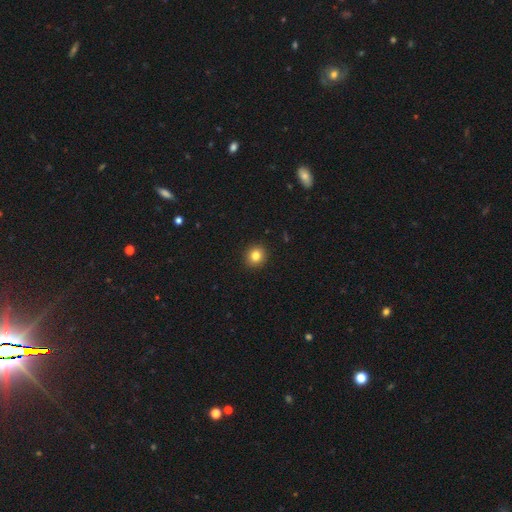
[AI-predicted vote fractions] smooth-or-featured: smooth: 83% | star or artifact: 11% | featured or disk: 6%
  how-rounded: round: 87% | in between: 12% | cigar-shaped: 1%
  merging: none: 92% | minor disturbance: 5% | major disturbance: 2% | merger: 1%